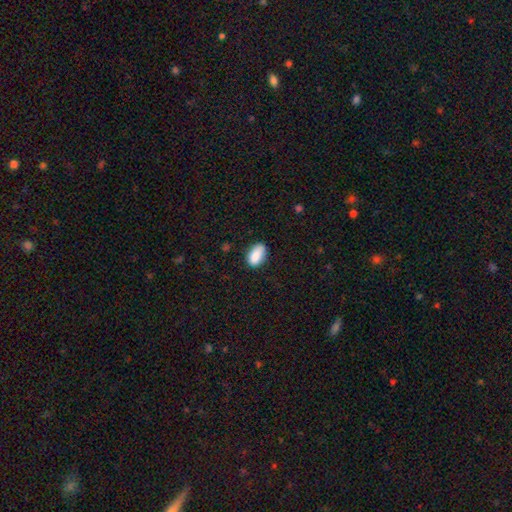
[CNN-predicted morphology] Smooth or featured: smooth — 87% (star or artifact — 7%)
How rounded: in between — 92% (round — 6%)
Merging: none — 74% (minor disturbance — 20%)